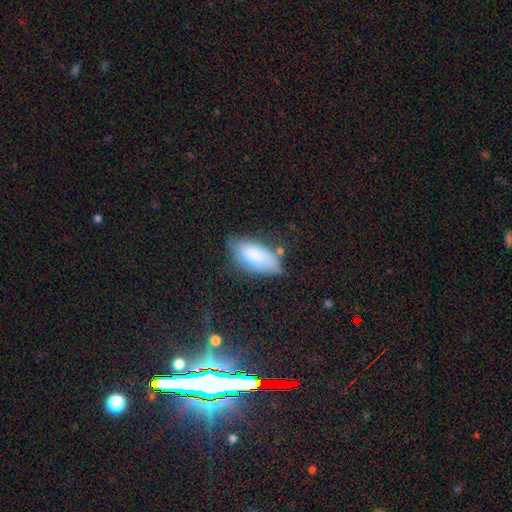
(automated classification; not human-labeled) smooth_or_featured: smooth (p=0.76) [alt: featured or disk p=0.16]
how_rounded: in between (p=0.89) [alt: cigar-shaped p=0.08]
merging: none (p=0.50) [alt: minor disturbance p=0.34]